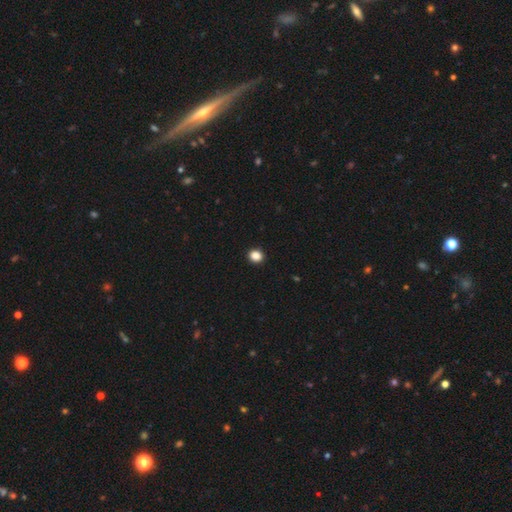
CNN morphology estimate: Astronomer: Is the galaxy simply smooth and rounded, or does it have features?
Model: smooth — 86%.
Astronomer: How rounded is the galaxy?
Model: round — 77%.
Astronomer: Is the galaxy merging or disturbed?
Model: none — 93%.